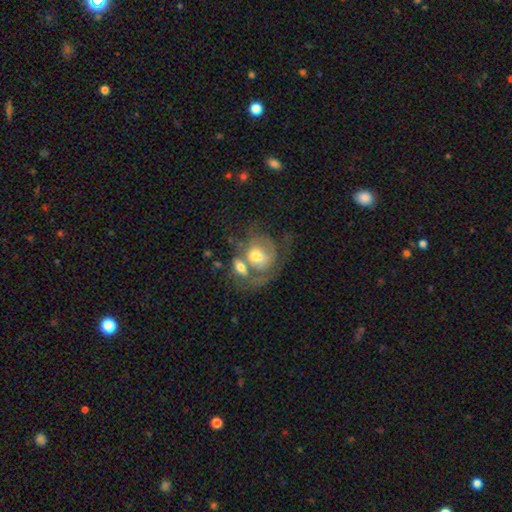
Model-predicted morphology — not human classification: This is possibly a featured or disk galaxy (49%). Merging: possibly merger (54%).